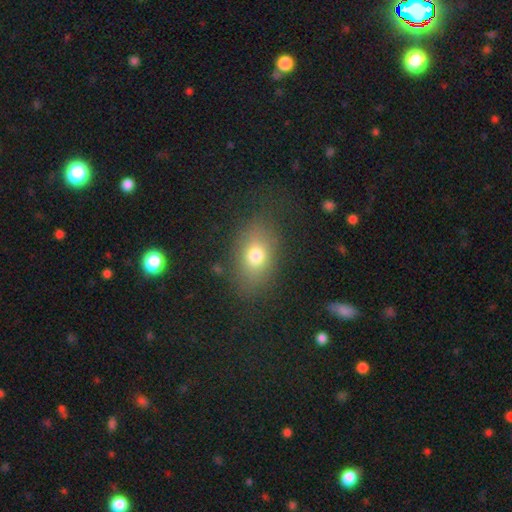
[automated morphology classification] The model was most divided on "how rounded": in between: 74%, round: 24%, cigar-shaped: 2%. More confident: merging — none (77%); smooth or featured — smooth (73%).